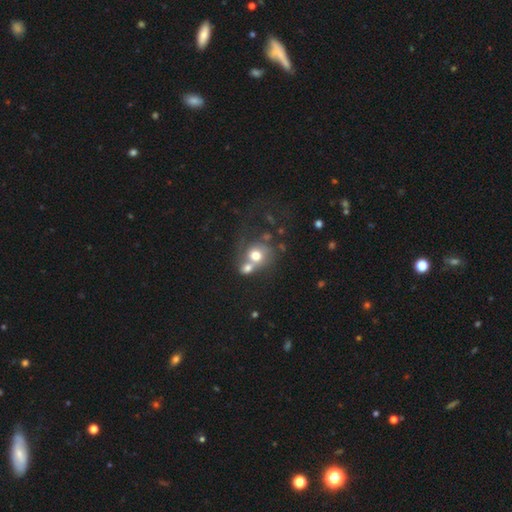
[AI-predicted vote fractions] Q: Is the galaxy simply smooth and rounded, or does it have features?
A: smooth — 66%.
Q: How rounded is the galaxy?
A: round — 72%.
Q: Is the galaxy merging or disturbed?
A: merger — 62%.